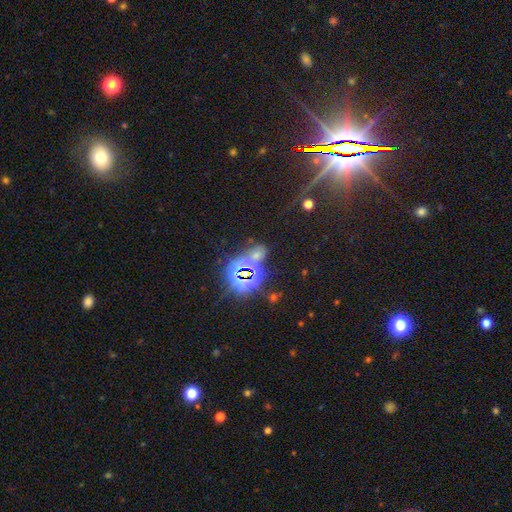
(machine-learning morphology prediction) Q: Smooth or featured?
A: star or artifact (73%); runner-up: smooth (19%)